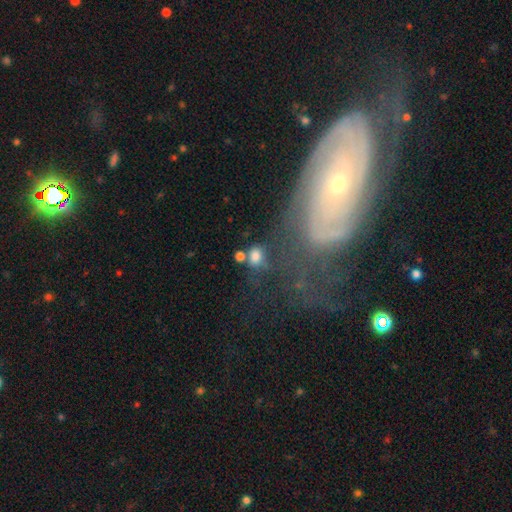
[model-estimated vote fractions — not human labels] Overall: smooth (73%). How rounded: round (59%; in between 39%). Merging: none (53%; merger 20%).